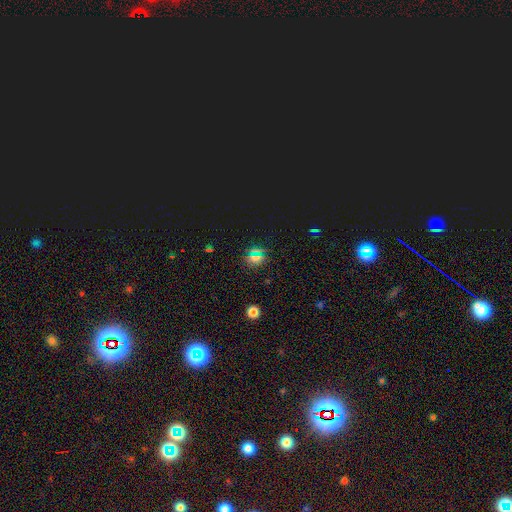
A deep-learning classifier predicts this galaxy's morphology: The model was most divided on "smooth or featured": star or artifact: 55%, smooth: 36%, featured or disk: 9%.